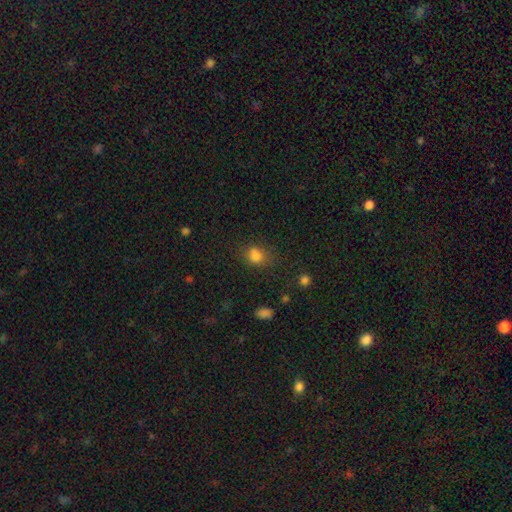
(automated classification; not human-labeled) Q: Smooth or featured?
A: smooth (78%); runner-up: star or artifact (15%)
Q: How rounded?
A: round (51%); runner-up: in between (47%)
Q: Merging?
A: none (60%); runner-up: minor disturbance (21%)